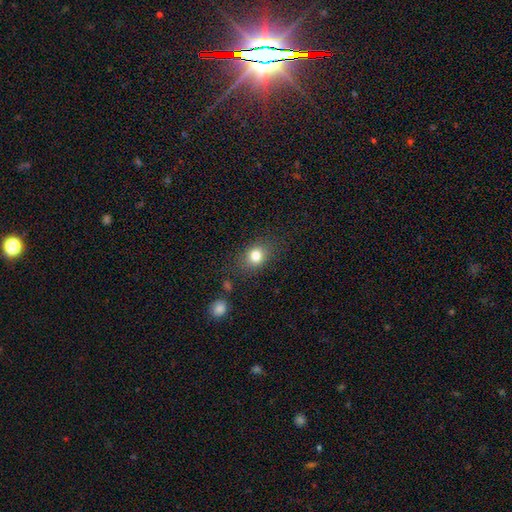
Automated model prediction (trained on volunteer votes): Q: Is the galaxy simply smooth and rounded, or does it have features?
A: smooth — 80%.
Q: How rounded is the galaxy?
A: round — 52%.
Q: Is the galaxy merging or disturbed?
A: none — 78%.